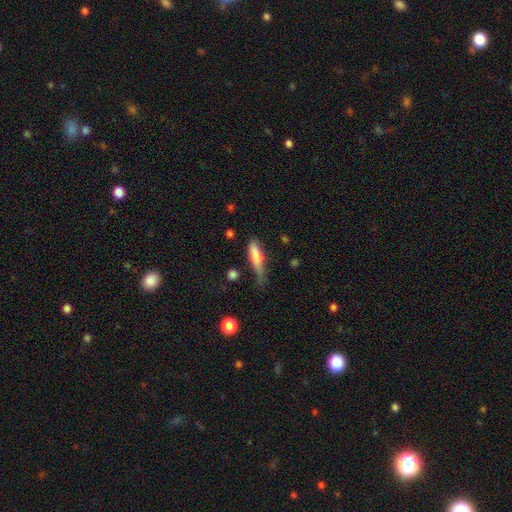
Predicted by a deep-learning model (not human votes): This is likely a smooth galaxy (76%). How rounded: likely cigar-shaped (72%). Merging: marginally none (40%, tied with minor disturbance).